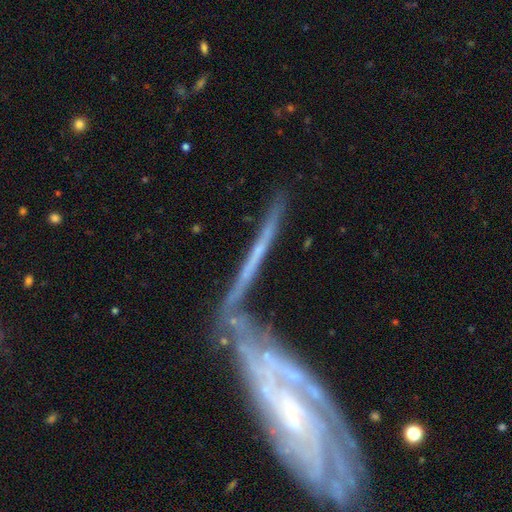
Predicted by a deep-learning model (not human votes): smooth_or_featured: featured or disk (p=0.70) [alt: smooth p=0.21]
disk_edge_on: yes (p=0.67) [alt: no p=0.33]
merging: none (p=0.36) [alt: merger p=0.31]